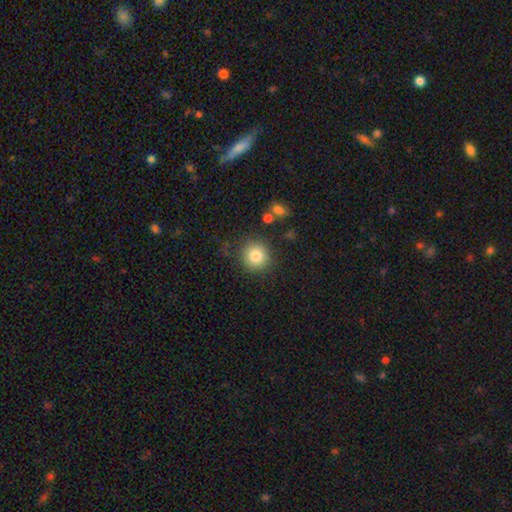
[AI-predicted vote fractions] smooth-or-featured: smooth: 83% | star or artifact: 10% | featured or disk: 7%
  how-rounded: round: 91% | in between: 8% | cigar-shaped: 1%
  merging: none: 85% | minor disturbance: 9% | major disturbance: 3% | merger: 3%